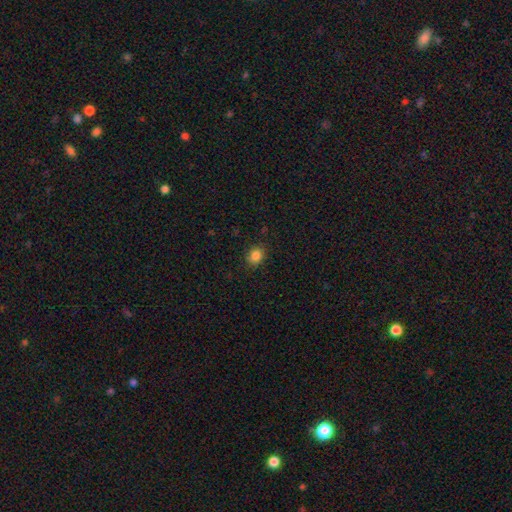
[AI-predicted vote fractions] Smooth or featured?
  - smooth: 85% *
  - star or artifact: 11%
  - featured or disk: 4%
How rounded?
  - round: 57% *
  - in between: 42%
  - cigar-shaped: 1%
Merging?
  - none: 87% *
  - minor disturbance: 9%
  - major disturbance: 2%
  - merger: 1%